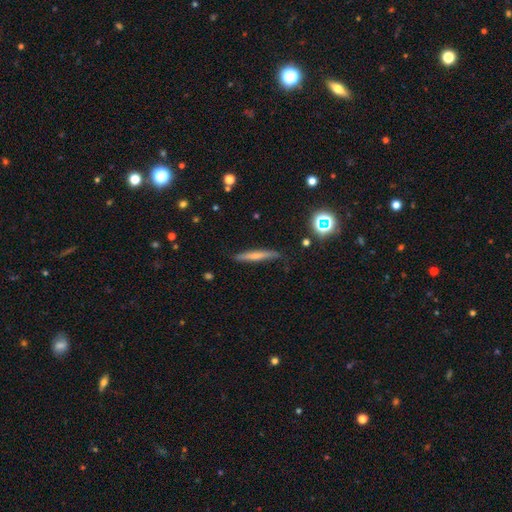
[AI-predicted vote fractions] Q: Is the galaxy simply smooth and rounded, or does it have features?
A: smooth — 56%.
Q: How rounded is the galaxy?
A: cigar-shaped — 93%.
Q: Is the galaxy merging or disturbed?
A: none — 84%.